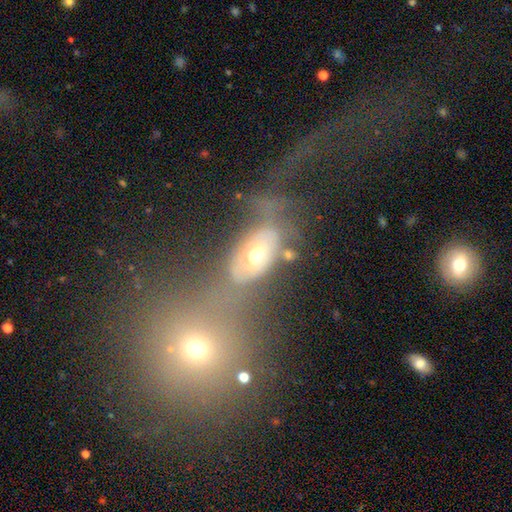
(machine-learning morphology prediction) Smooth or featured? Predicted: smooth (p=0.45). Merging? Predicted: none (p=0.33).